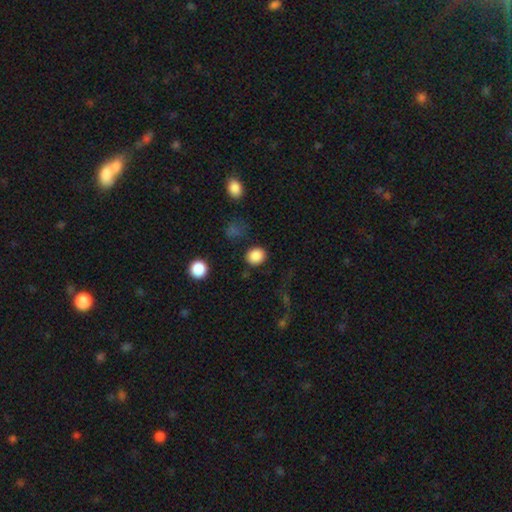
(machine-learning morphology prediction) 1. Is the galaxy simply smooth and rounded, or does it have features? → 86% smooth, 10% star or artifact, 4% featured or disk.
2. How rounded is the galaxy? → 80% round, 19% in between, 1% cigar-shaped.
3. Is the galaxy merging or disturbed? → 88% none, 7% minor disturbance, 3% major disturbance, 2% merger.